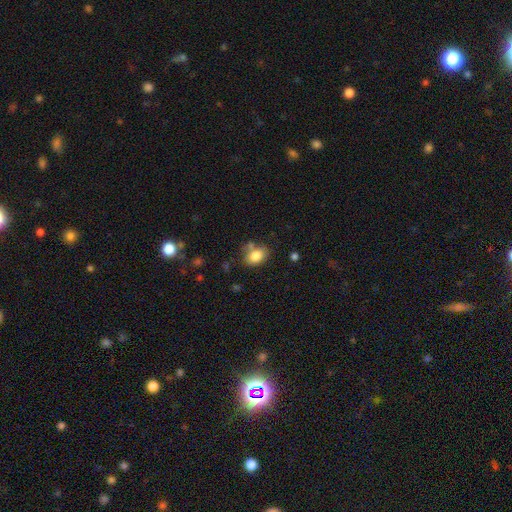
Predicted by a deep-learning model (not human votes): smooth_or_featured: smooth (p=0.83) [alt: star or artifact p=0.09]
how_rounded: in between (p=0.74) [alt: round p=0.25]
merging: none (p=0.62) [alt: minor disturbance p=0.19]